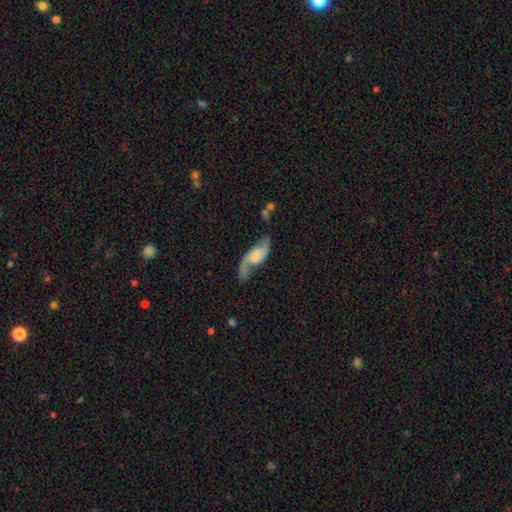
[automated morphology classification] Q: Smooth or featured?
A: featured or disk (83%); runner-up: smooth (11%)
Q: Edge-on disk?
A: no (93%); runner-up: yes (7%)
Q: Bar?
A: no (57%); runner-up: weak (33%)
Q: Spiral arms?
A: yes (96%); runner-up: no (4%)
Q: Spiral winding?
A: loose (68%); runner-up: medium (26%)
Q: Spiral arm count?
A: 2 (91%); runner-up: 1 (3%)
Q: Bulge size?
A: none (34%); runner-up: large (24%)
Q: Merging?
A: none (68%); runner-up: minor disturbance (17%)